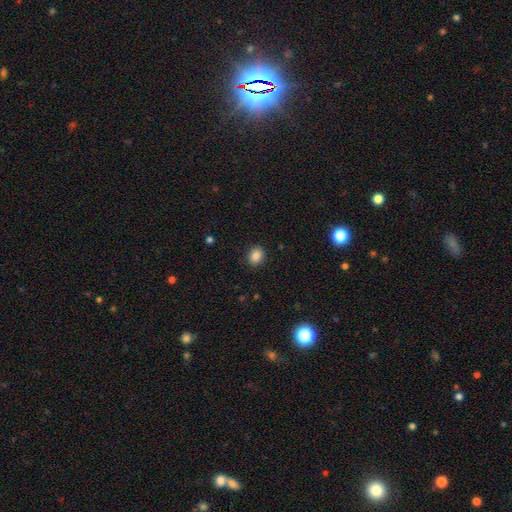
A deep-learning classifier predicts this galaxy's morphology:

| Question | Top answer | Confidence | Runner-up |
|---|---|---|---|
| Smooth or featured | smooth | 86% | star or artifact (10%) |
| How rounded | round | 53% | in between (46%) |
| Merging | none | 88% | minor disturbance (8%) |